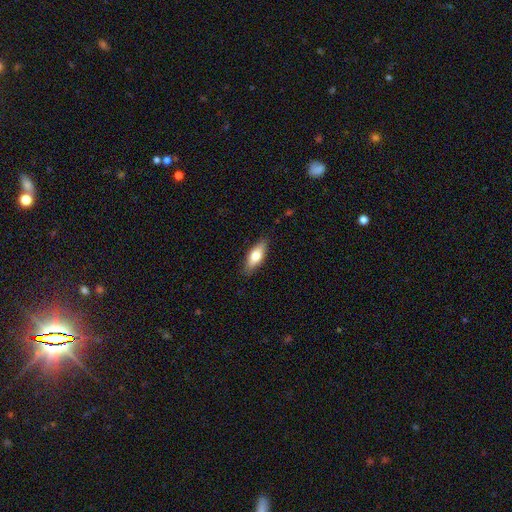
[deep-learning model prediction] smooth_or_featured: smooth (p=0.67) [alt: featured or disk p=0.27]
how_rounded: in between (p=0.69) [alt: cigar-shaped p=0.28]
merging: none (p=0.87) [alt: minor disturbance p=0.10]